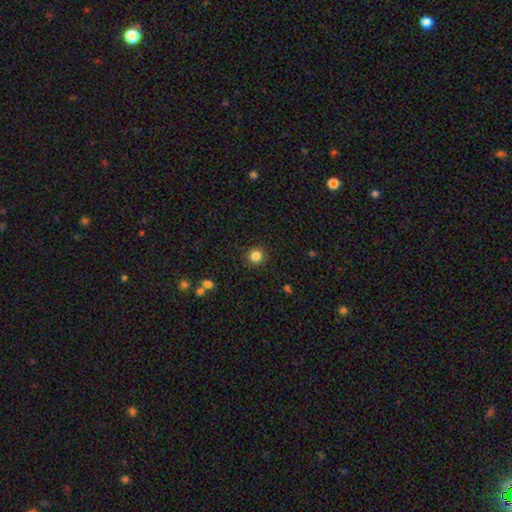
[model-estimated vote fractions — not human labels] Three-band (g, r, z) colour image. It shows a smooth galaxy with no disk features (84%) that is round (94%). Merging: none (91%).